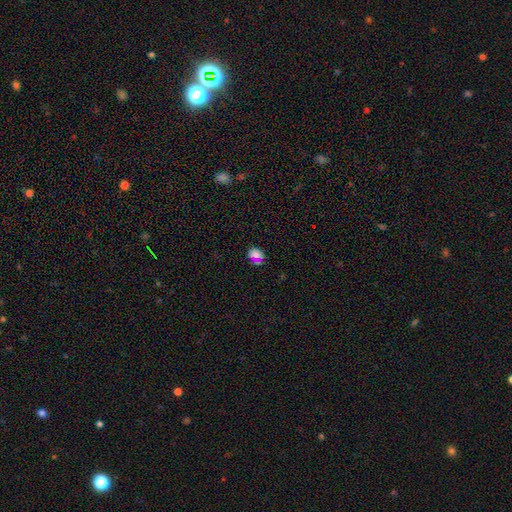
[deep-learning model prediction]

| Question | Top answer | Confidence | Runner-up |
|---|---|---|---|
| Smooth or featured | smooth | 67% | star or artifact (24%) |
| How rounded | round | 53% | in between (44%) |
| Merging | none | 69% | minor disturbance (14%) |